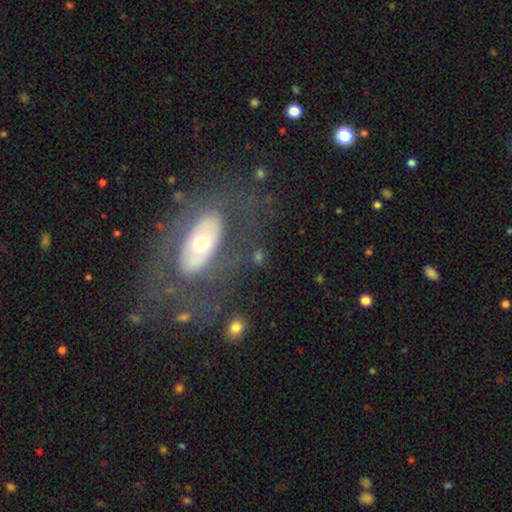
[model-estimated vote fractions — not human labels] This appears to be a featured or disk galaxy (52%). Merging: none (69%).